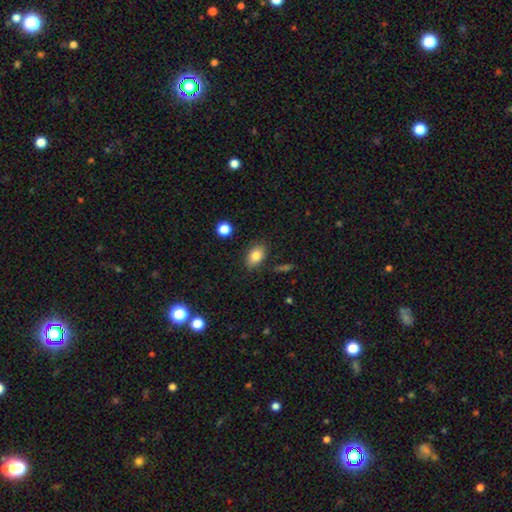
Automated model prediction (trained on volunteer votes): The model was most divided on "how rounded": in between: 84%, round: 14%, cigar-shaped: 2%. More confident: smooth or featured — smooth (83%); merging — none (82%).